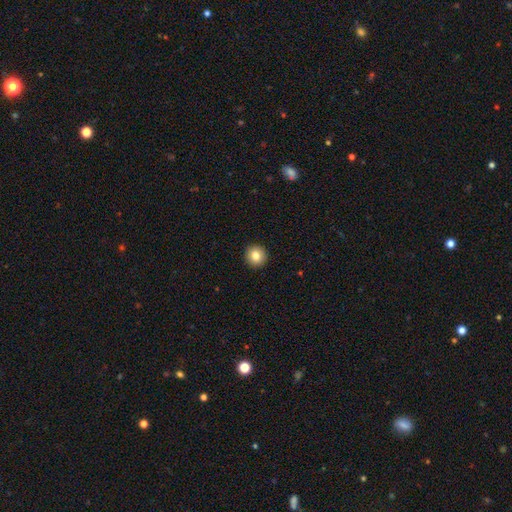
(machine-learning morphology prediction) Overall: smooth (83%). How rounded: round (95%). Merging: none (94%).